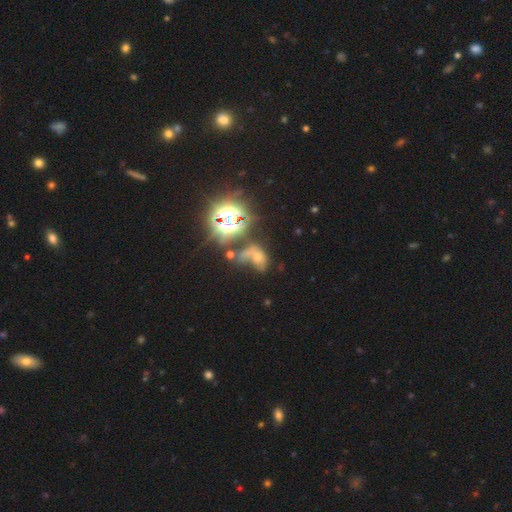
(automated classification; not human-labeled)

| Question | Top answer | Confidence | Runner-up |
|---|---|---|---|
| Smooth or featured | star or artifact | 43% | smooth (35%) |